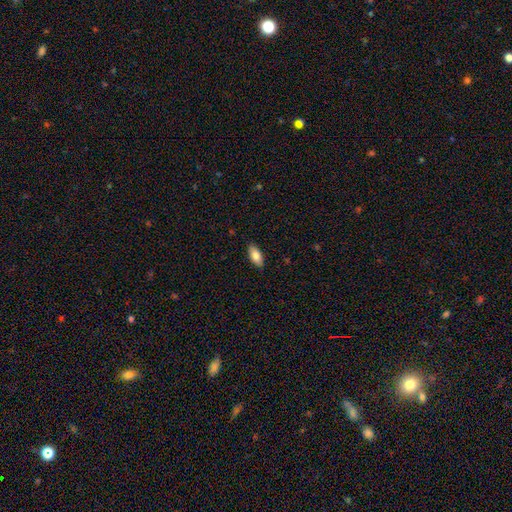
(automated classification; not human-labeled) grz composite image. It shows a smooth galaxy with no disk features (81%) that is in between round and cigar-shaped (89%). Merging: none (88%).